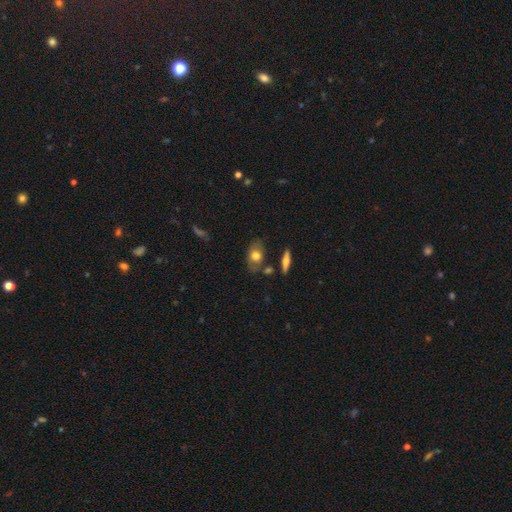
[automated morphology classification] Smooth or featured?
  - smooth: 67% *
  - featured or disk: 26%
  - star or artifact: 7%
How rounded?
  - in between: 80% *
  - round: 16%
  - cigar-shaped: 4%
Merging?
  - none: 70% *
  - minor disturbance: 18%
  - merger: 7%
  - major disturbance: 5%